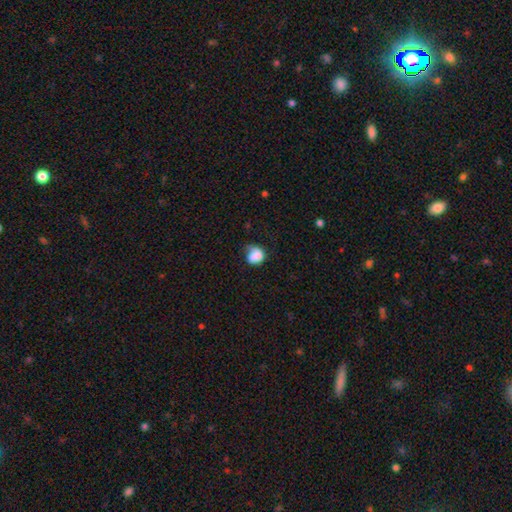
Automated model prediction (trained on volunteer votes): Smooth or featured: smooth — 72% (featured or disk — 19%)
How rounded: round — 62% (in between — 37%)
Merging: none — 36% (minor disturbance — 29%)